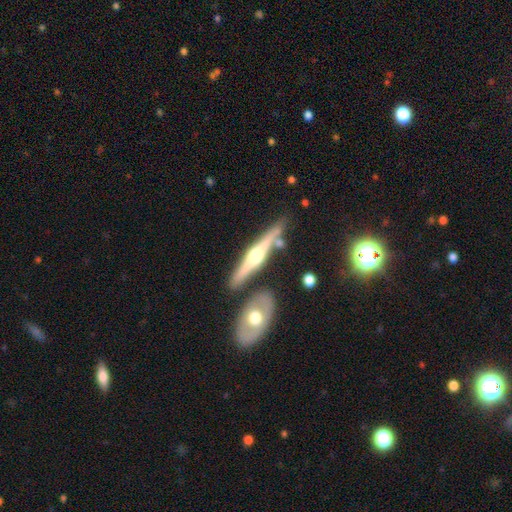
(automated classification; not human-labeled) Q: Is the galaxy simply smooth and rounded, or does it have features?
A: featured or disk — 73%.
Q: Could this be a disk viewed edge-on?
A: yes — 96%.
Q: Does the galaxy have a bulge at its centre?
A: rounded — 93%.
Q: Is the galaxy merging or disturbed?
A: none — 76%.